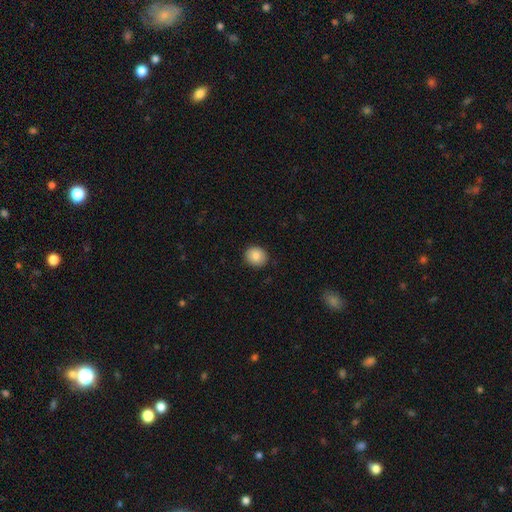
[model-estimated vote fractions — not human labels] Smooth or featured: smooth — 83% (featured or disk — 8%)
How rounded: round — 79% (in between — 20%)
Merging: none — 90% (minor disturbance — 8%)